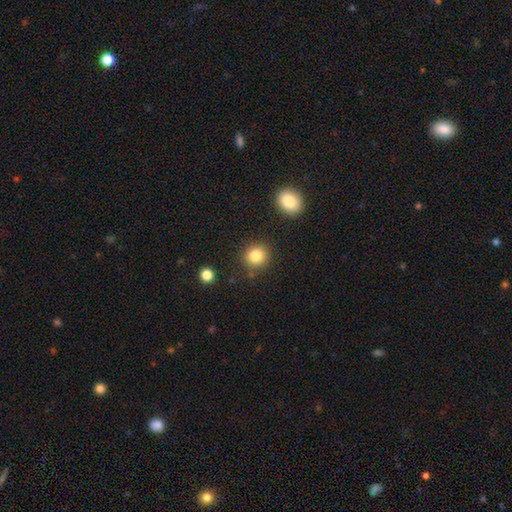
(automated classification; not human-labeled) A smooth galaxy with no disk features (83%) that is round (87%).

Vote fractions:
- Smooth or featured? smooth: 83% / star or artifact: 10% / featured or disk: 6%
- How rounded? round: 87% / in between: 12% / cigar-shaped: 1%
- Merging? none: 84% / minor disturbance: 9% / merger: 4% / major disturbance: 3%